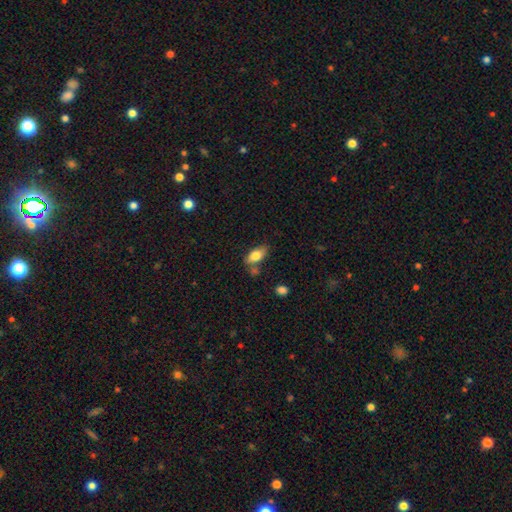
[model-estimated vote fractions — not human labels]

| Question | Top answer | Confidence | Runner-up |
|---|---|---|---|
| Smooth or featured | smooth | 77% | featured or disk (15%) |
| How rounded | in between | 87% | cigar-shaped (8%) |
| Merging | none | 63% | minor disturbance (20%) |